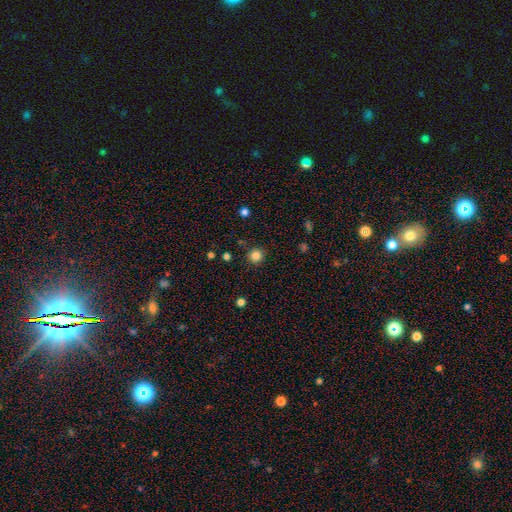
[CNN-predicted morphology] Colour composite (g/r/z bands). It shows a smooth galaxy with no disk features (84%) that is round (95%). Merging: none (90%).